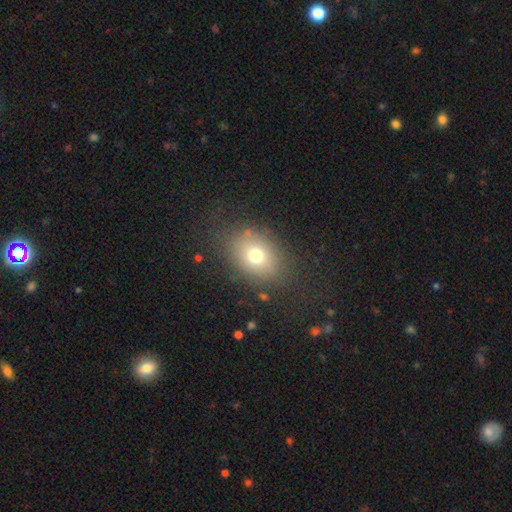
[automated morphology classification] smooth 71%, star or artifact 15%, featured or disk 15%. Down the decision tree: how rounded — in between (60%); merging — none (77%).